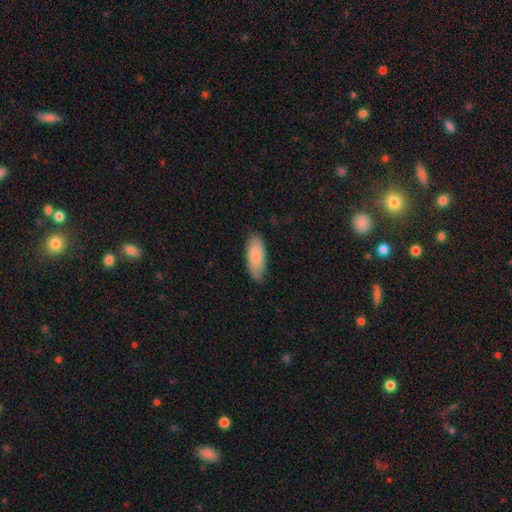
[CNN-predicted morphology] A smooth galaxy with no disk features (83%) that is in between round and cigar-shaped (80%).

Vote fractions:
- Smooth or featured? smooth: 83% / featured or disk: 12% / star or artifact: 5%
- How rounded? in between: 80% / cigar-shaped: 18% / round: 2%
- Merging? none: 81% / minor disturbance: 16% / major disturbance: 2% / merger: 1%